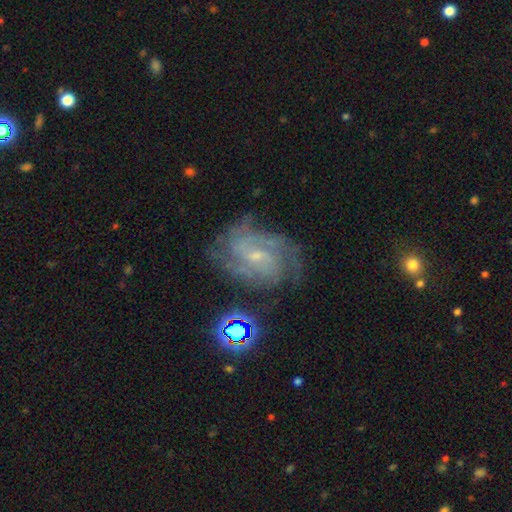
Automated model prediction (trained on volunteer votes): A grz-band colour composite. It shows a featured or disk galaxy (83%) with a weak bar (50%), tight (49%) spiral arms (95%) and a small central bulge (73%). Merging: none (69%).